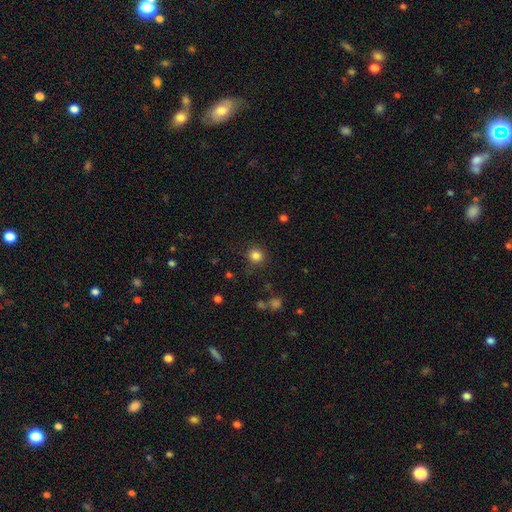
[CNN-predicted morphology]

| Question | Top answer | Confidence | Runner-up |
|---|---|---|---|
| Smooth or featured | smooth | 83% | star or artifact (12%) |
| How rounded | round | 92% | in between (7%) |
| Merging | none | 87% | minor disturbance (8%) |